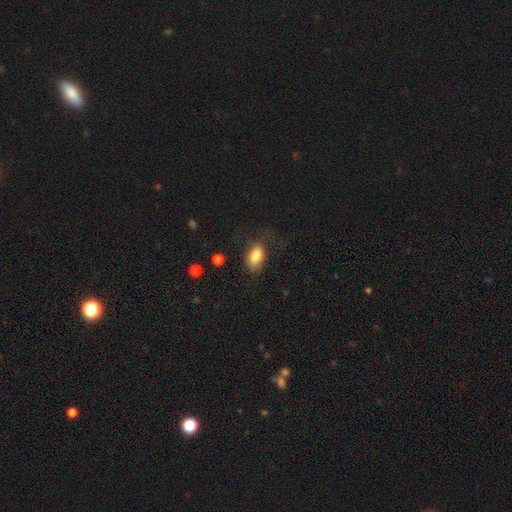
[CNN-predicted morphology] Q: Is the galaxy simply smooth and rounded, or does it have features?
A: smooth — 83%.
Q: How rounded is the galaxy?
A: in between — 90%.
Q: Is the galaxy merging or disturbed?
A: none — 65%.